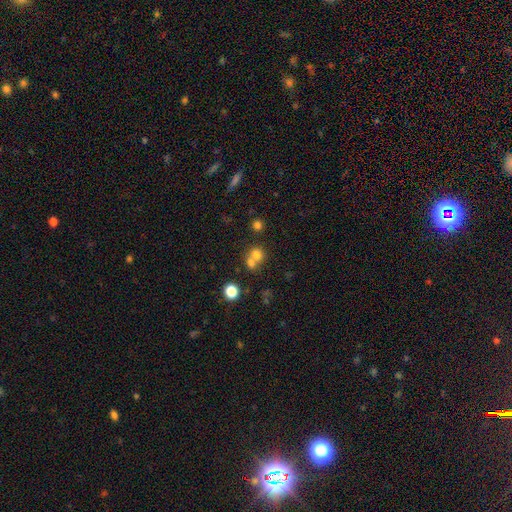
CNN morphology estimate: This appears to be a smooth galaxy with no disk features (71%) that is round (76%). Merging: merger (52%).